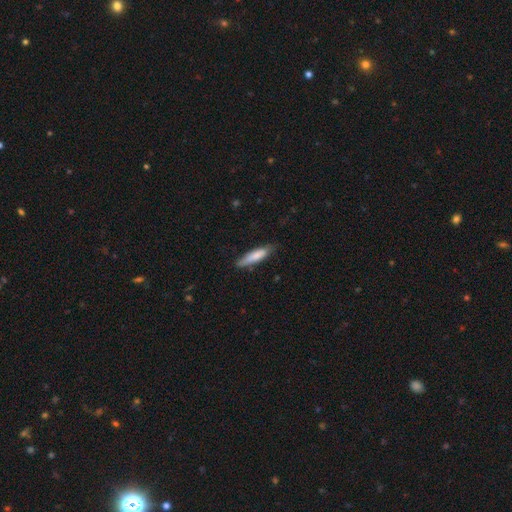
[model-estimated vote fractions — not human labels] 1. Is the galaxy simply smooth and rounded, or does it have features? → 78% smooth, 17% featured or disk, 6% star or artifact.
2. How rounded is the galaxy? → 78% cigar-shaped, 21% in between, 1% round.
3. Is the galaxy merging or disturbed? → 77% none, 19% minor disturbance, 3% major disturbance, 2% merger.